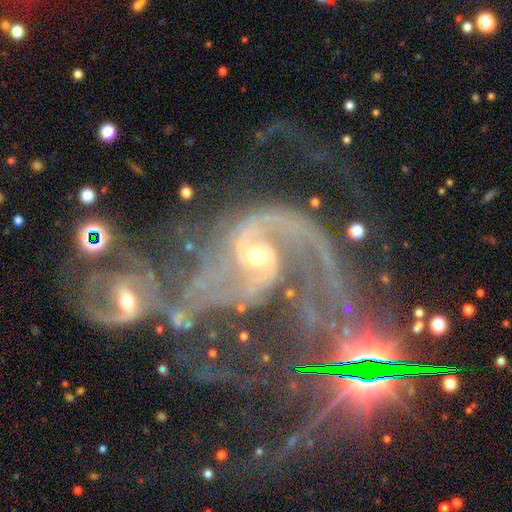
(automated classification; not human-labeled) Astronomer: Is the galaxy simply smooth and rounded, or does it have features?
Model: featured or disk — 90%.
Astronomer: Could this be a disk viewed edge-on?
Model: no — 98%.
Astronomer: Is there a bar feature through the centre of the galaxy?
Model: no — 51% (runner-up: weak, 34%).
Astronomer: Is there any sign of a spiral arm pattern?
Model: yes — 97%.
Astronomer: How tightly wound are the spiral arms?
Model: medium — 43% (runner-up: loose, 40%).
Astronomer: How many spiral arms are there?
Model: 2 — 63%.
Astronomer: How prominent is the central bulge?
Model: moderate — 49% (runner-up: small, 44%).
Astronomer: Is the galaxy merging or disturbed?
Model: major disturbance — 35% (runner-up: merger, 34%).